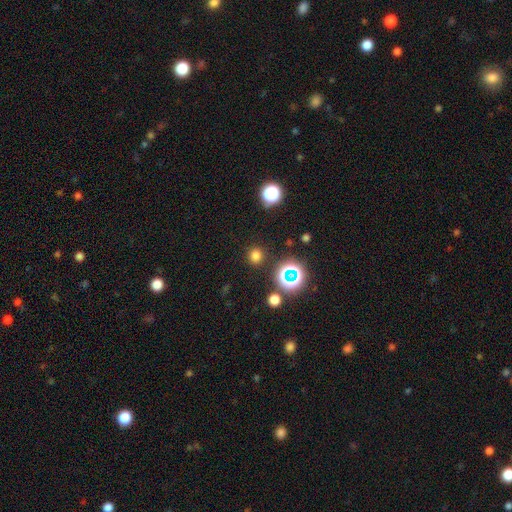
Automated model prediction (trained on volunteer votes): Overall: smooth (72%). How rounded: round (91%). Merging: none (89%).